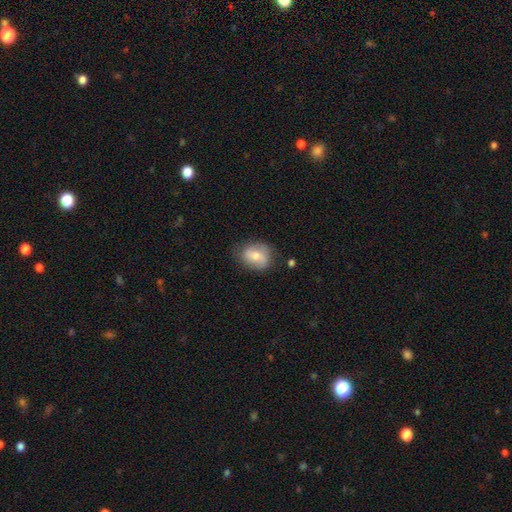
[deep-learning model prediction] smooth-or-featured: smooth: 66% | featured or disk: 27% | star or artifact: 8%
  how-rounded: in between: 59% | round: 39% | cigar-shaped: 1%
  merging: none: 68% | minor disturbance: 24% | major disturbance: 6% | merger: 2%